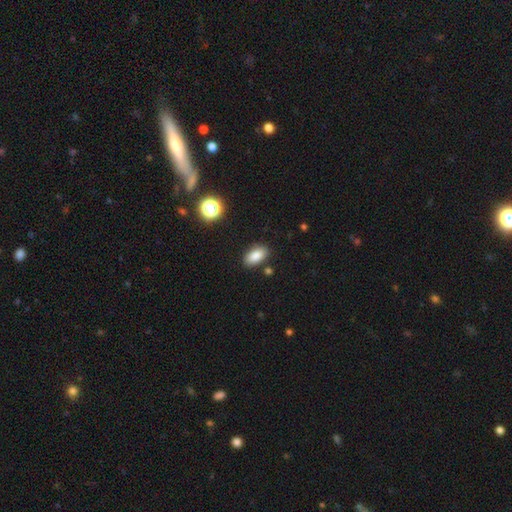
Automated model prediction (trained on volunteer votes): Q: Smooth or featured?
A: smooth (85%); runner-up: star or artifact (9%)
Q: How rounded?
A: in between (91%); runner-up: round (5%)
Q: Merging?
A: none (85%); runner-up: minor disturbance (10%)